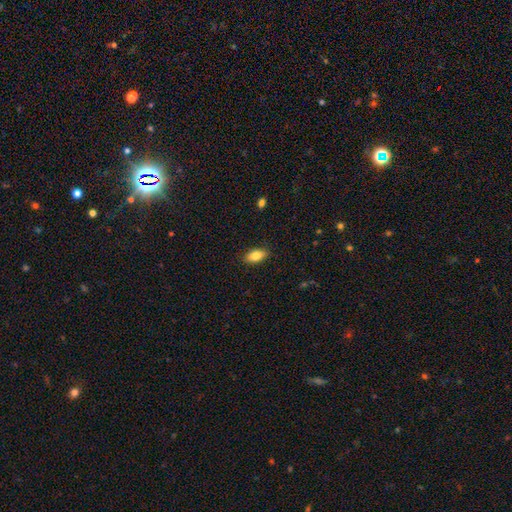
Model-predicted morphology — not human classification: Overall: smooth (83%). How rounded: in between (89%). Merging: none (88%).